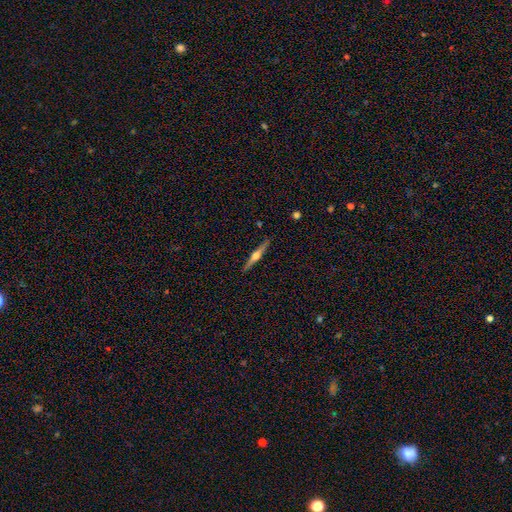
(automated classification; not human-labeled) A featured or disk galaxy (73%) viewed edge-on (98%) with a rounded central bulge (94%). Merging: none (91%).